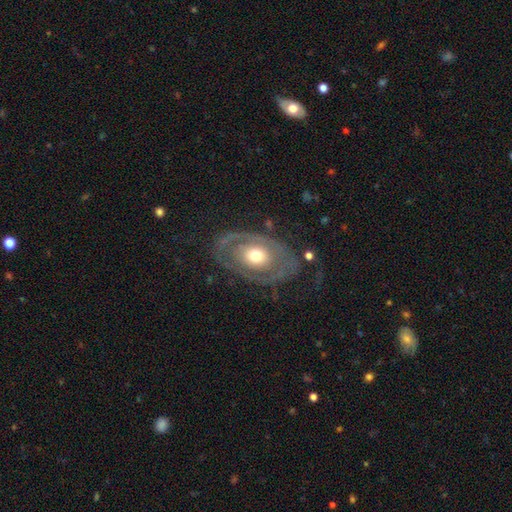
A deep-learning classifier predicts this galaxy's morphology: The model was most divided on "spiral arms": no: 62%, yes: 38%. More confident: edge-on disk — no (92%); bar — no (87%); merging — none (68%); bulge size — moderate (68%); smooth or featured — featured or disk (65%).